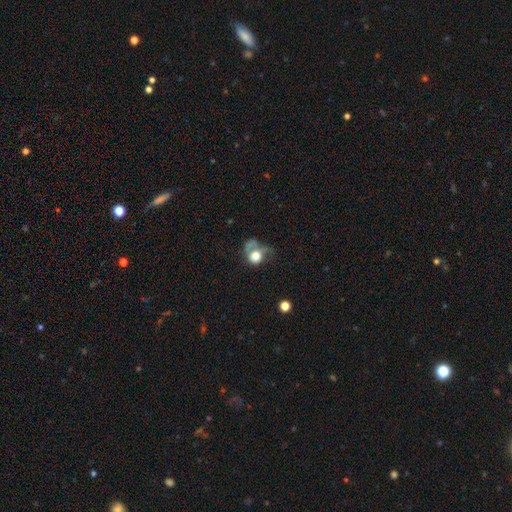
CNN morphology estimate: This is likely a smooth galaxy (62%). How rounded: likely round (68%). Merging: possibly major disturbance (46%).